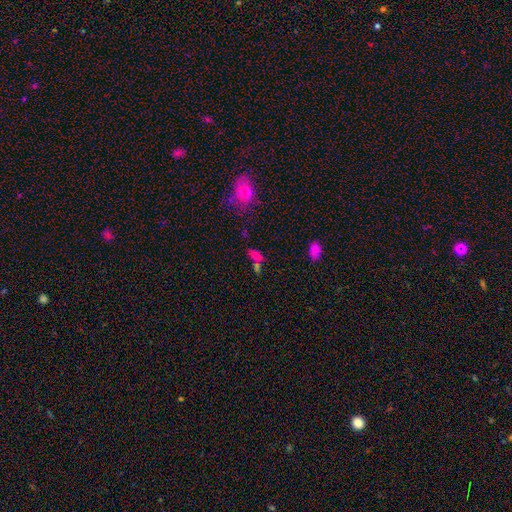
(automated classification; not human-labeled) Overall: smooth (67%). How rounded: in between (67%). Merging: none (45%; merger 36%).